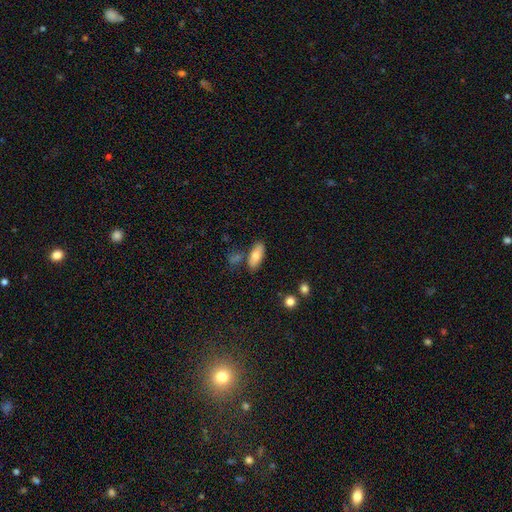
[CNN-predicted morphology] Smooth or featured? Predicted: smooth (p=0.76). How rounded? Predicted: in between (p=0.79). Merging? Predicted: none (p=0.73).